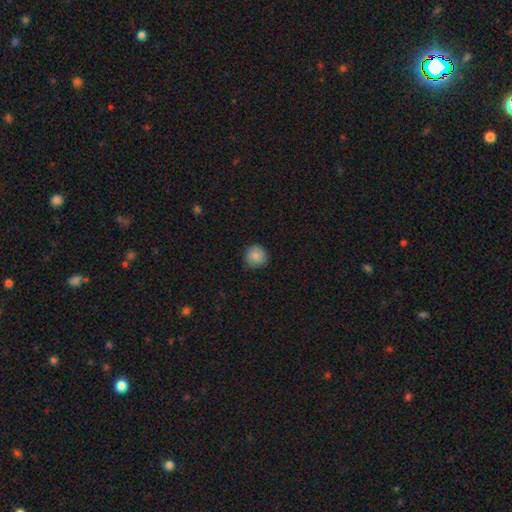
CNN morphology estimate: A smooth galaxy with no disk features (85%) that is round (93%). Merging: none (86%).